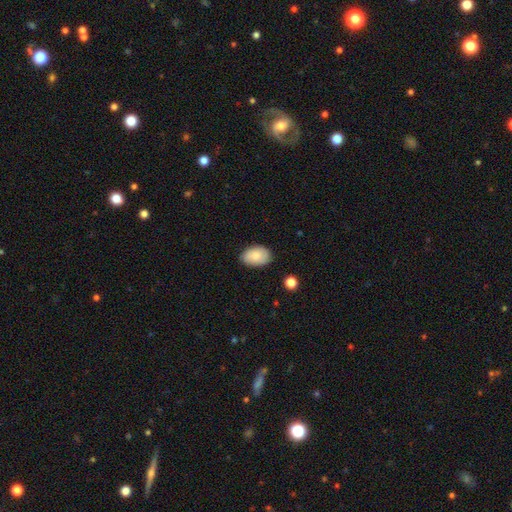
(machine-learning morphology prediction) This is clearly a smooth galaxy (84%). How rounded: clearly in between (89%). Merging: clearly none (83%).